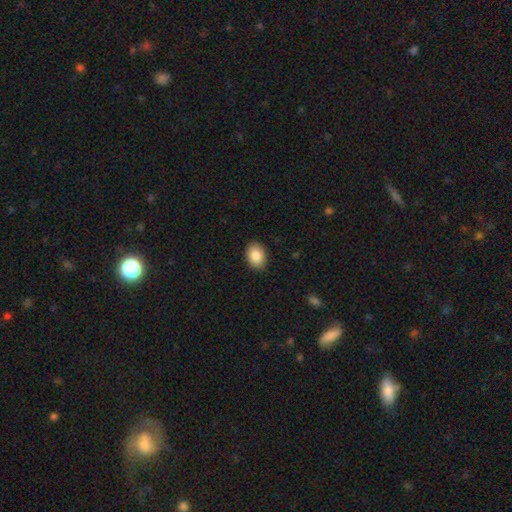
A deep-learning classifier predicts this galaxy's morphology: Q: Smooth or featured?
A: smooth (87%); runner-up: star or artifact (7%)
Q: How rounded?
A: in between (78%); runner-up: round (21%)
Q: Merging?
A: none (88%); runner-up: minor disturbance (9%)